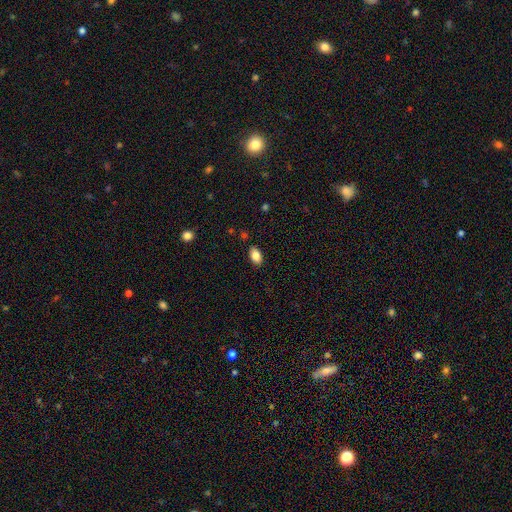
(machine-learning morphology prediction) smooth-or-featured: smooth: 84% | star or artifact: 8% | featured or disk: 7%
  how-rounded: in between: 91% | round: 7% | cigar-shaped: 2%
  merging: none: 86% | minor disturbance: 10% | major disturbance: 2% | merger: 1%